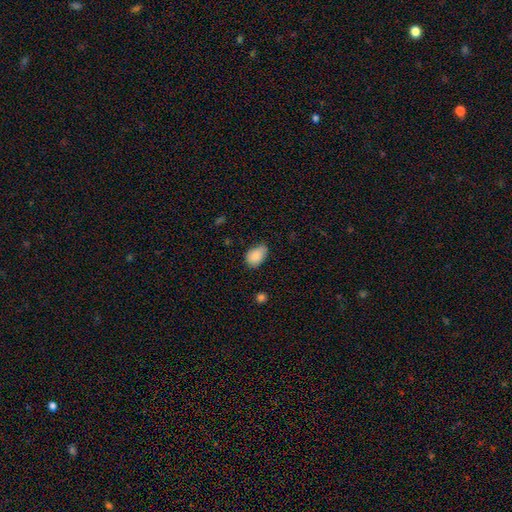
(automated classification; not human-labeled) A smooth galaxy with no disk features (86%) that is in between round and cigar-shaped (85%).

Vote fractions:
- Smooth or featured? smooth: 86% / star or artifact: 8% / featured or disk: 6%
- How rounded? in between: 85% / round: 14% / cigar-shaped: 1%
- Merging? none: 56% / minor disturbance: 36% / major disturbance: 6% / merger: 2%